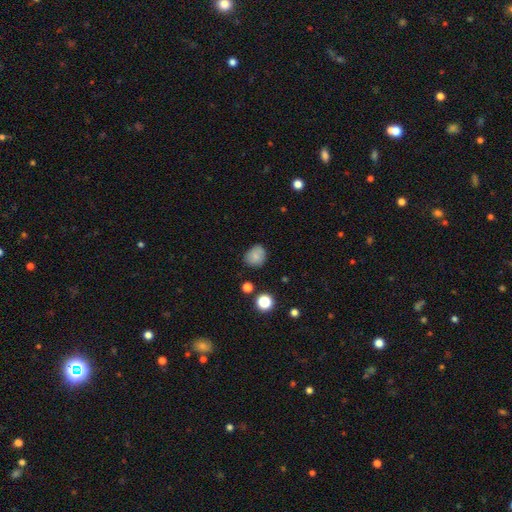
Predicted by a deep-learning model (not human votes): Smooth or featured: smooth — 79% (star or artifact — 11%)
How rounded: round — 72% (in between — 27%)
Merging: none — 74% (minor disturbance — 19%)